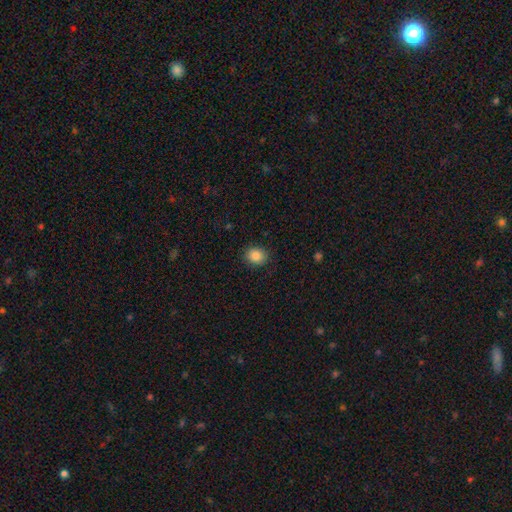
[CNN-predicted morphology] This appears to be a smooth galaxy with no disk features (87%) that is round (61%). Merging: none (88%).